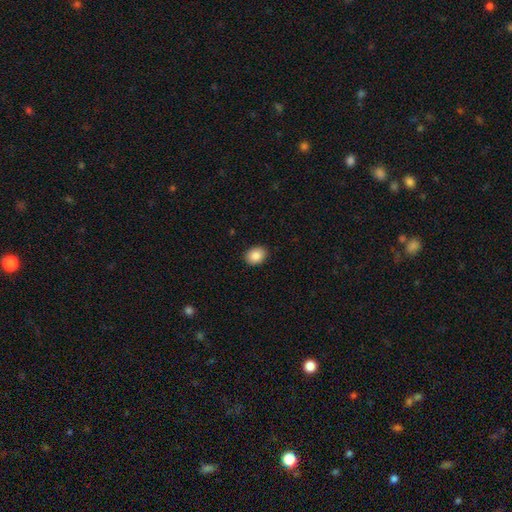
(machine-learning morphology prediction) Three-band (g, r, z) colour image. It shows a smooth galaxy with no disk features (87%) that is in between round and cigar-shaped (60%). Merging: none (90%).